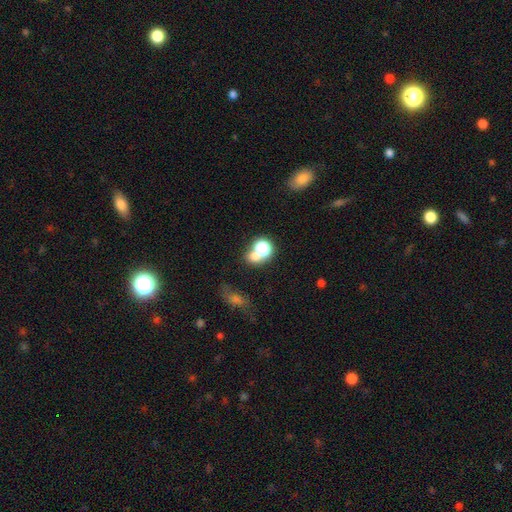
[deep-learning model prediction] A smooth galaxy with no disk features (64%) that is round (68%).

Vote fractions:
- Smooth or featured? smooth: 64% / star or artifact: 23% / featured or disk: 13%
- How rounded? round: 68% / in between: 30% / cigar-shaped: 1%
- Merging? none: 43% / merger: 42% / minor disturbance: 9% / major disturbance: 6%